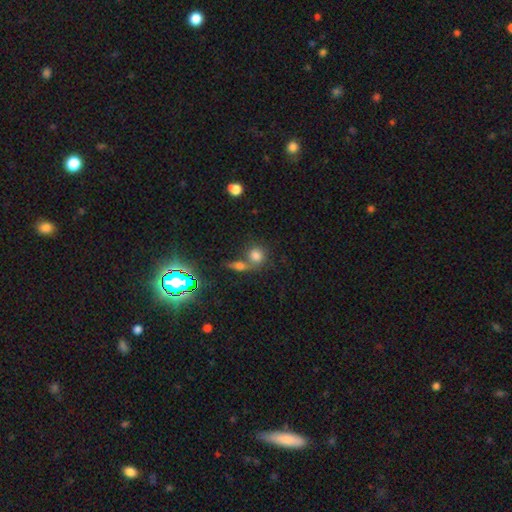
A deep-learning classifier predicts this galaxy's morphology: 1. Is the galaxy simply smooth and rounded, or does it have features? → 72% smooth, 17% star or artifact, 11% featured or disk.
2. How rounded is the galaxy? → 69% round, 28% in between, 3% cigar-shaped.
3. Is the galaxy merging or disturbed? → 45% none, 41% merger, 10% minor disturbance, 5% major disturbance.